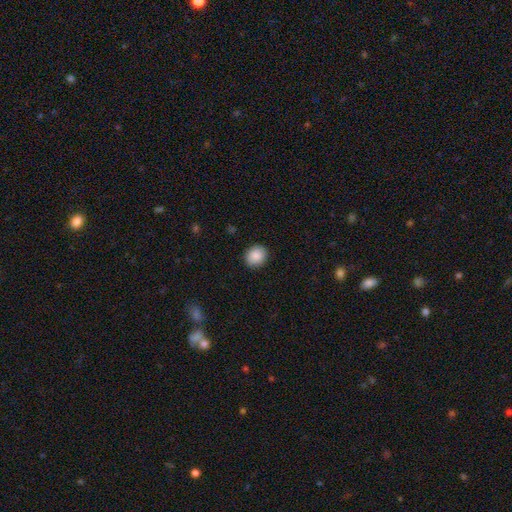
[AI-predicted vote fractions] The model was most divided on "how rounded": round: 66%, in between: 33%, cigar-shaped: 1%. More confident: merging — none (90%); smooth or featured — smooth (89%).